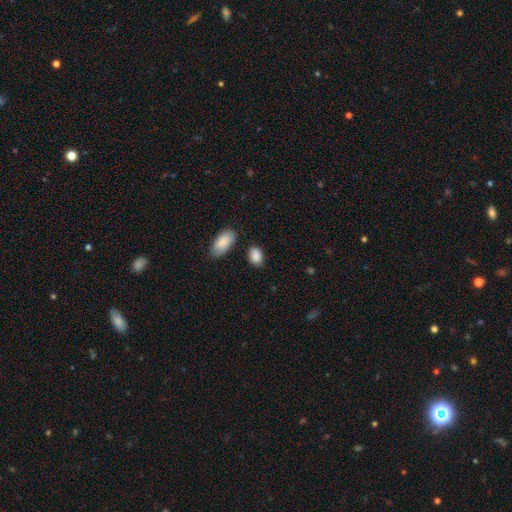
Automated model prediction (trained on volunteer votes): Smooth or featured? Predicted: smooth (p=0.89). How rounded? Predicted: in between (p=0.86). Merging? Predicted: none (p=0.78).